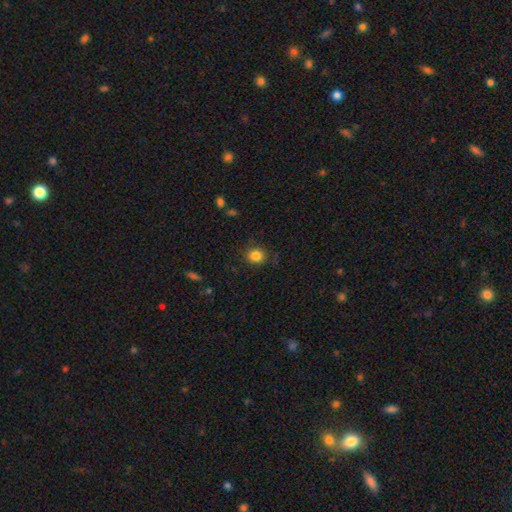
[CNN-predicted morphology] smooth_or_featured: smooth (p=0.84) [alt: star or artifact p=0.11]
how_rounded: round (p=0.80) [alt: in between p=0.19]
merging: none (p=0.84) [alt: minor disturbance p=0.11]